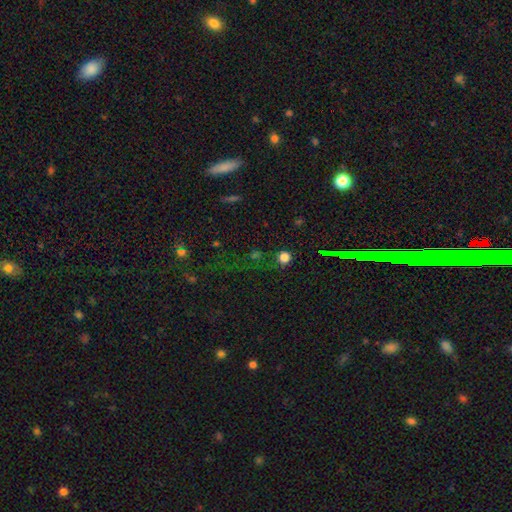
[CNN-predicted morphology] star or artifact 55%, smooth 35%, featured or disk 11%.